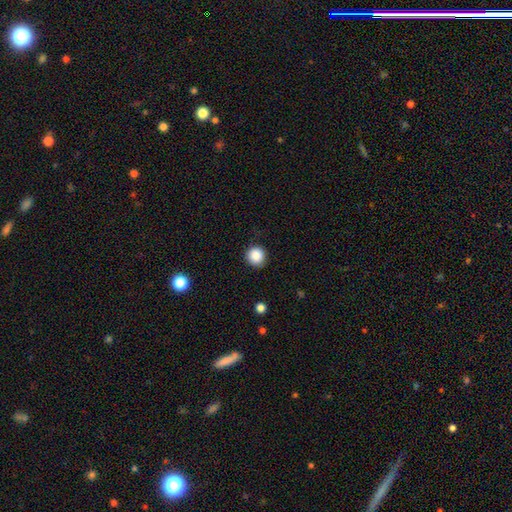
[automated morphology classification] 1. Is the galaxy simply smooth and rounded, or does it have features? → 87% smooth, 10% star or artifact, 3% featured or disk.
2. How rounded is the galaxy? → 94% round, 5% in between, 1% cigar-shaped.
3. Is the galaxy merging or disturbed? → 88% none, 9% minor disturbance, 2% major disturbance, 1% merger.